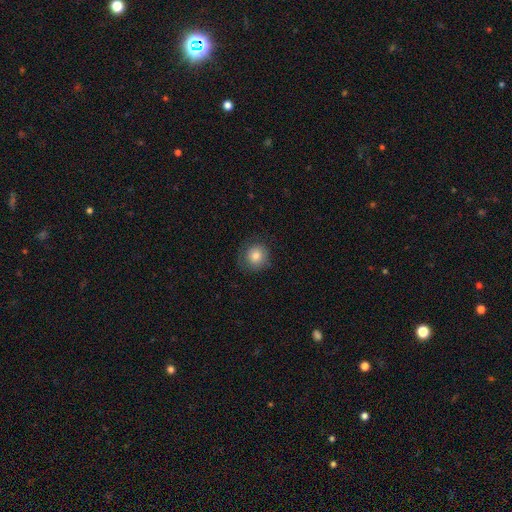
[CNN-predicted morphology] type=smooth (79%); roundness=round (91%); merging=none (80%).